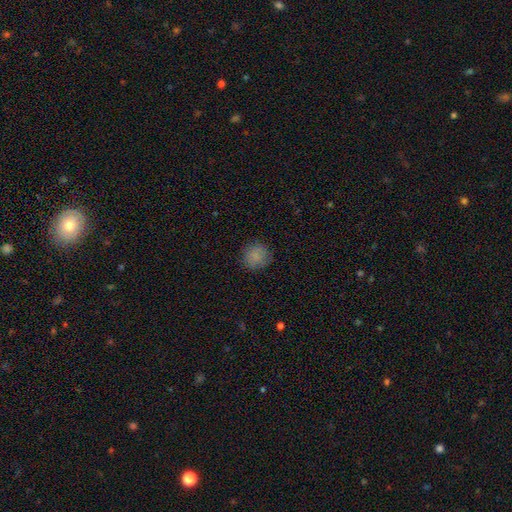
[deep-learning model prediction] Q: Smooth or featured?
A: smooth (83%); runner-up: star or artifact (11%)
Q: How rounded?
A: round (91%); runner-up: in between (8%)
Q: Merging?
A: none (85%); runner-up: minor disturbance (10%)